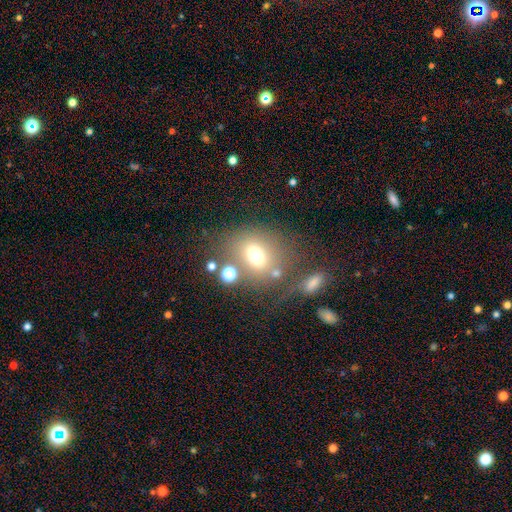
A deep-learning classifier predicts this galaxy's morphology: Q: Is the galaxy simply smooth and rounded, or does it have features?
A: smooth — 66%.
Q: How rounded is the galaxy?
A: in between — 56%.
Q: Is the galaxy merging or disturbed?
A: none — 55%.